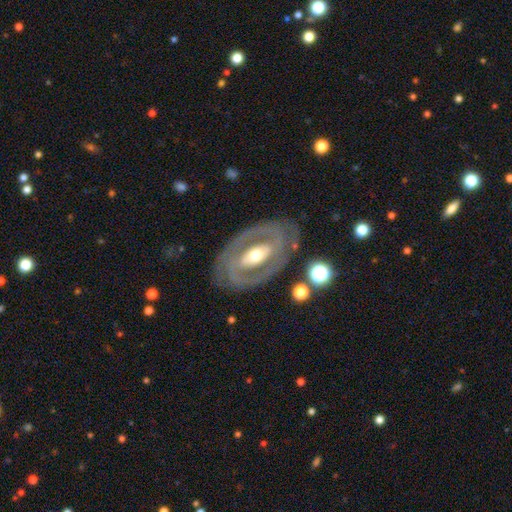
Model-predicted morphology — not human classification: Q: Smooth or featured?
A: featured or disk (83%); runner-up: smooth (13%)
Q: Edge-on disk?
A: no (94%); runner-up: yes (6%)
Q: Bar?
A: strong (41%); runner-up: weak (30%)
Q: Spiral arms?
A: yes (68%); runner-up: no (32%)
Q: Spiral winding?
A: tight (58%); runner-up: medium (32%)
Q: Spiral arm count?
A: 2 (74%); runner-up: can't tell (15%)
Q: Bulge size?
A: moderate (66%); runner-up: small (23%)
Q: Merging?
A: none (80%); runner-up: minor disturbance (12%)